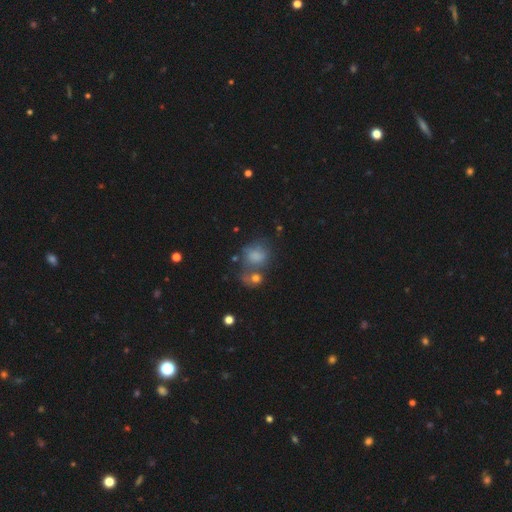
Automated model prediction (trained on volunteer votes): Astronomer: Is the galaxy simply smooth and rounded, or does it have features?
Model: smooth — 67%.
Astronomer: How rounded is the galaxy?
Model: round — 57% (runner-up: in between, 42%).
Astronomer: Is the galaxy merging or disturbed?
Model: none — 34% (runner-up: merger, 28%).